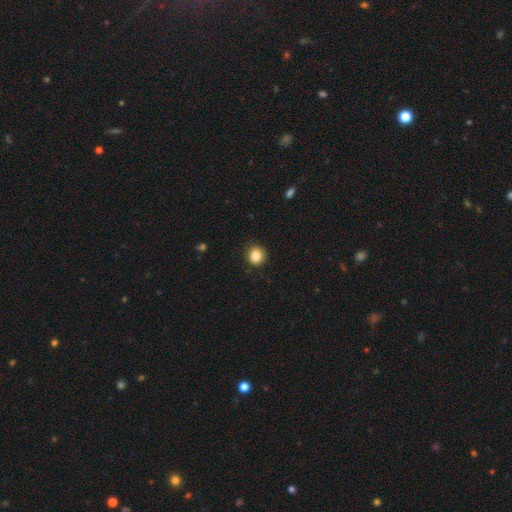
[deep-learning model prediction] Q: Smooth or featured?
A: smooth (84%); runner-up: star or artifact (10%)
Q: How rounded?
A: round (88%); runner-up: in between (11%)
Q: Merging?
A: none (90%); runner-up: minor disturbance (7%)